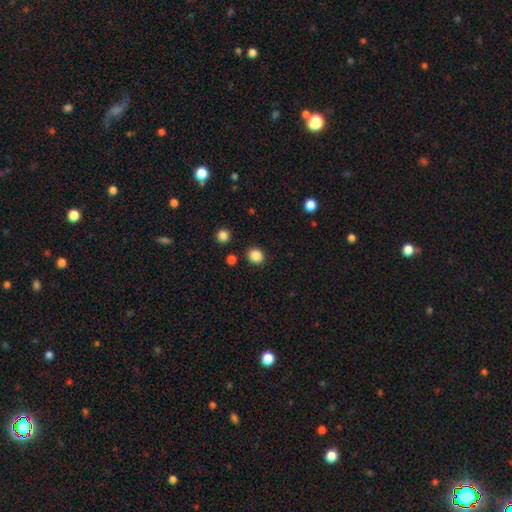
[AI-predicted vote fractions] A smooth galaxy with no disk features (86%) that is round (72%).

Vote fractions:
- Smooth or featured? smooth: 86% / star or artifact: 11% / featured or disk: 3%
- How rounded? round: 72% / in between: 28% / cigar-shaped: 1%
- Merging? none: 86% / minor disturbance: 8% / merger: 3% / major disturbance: 3%